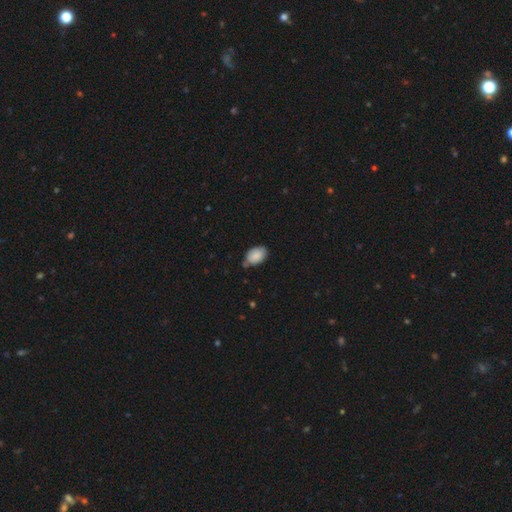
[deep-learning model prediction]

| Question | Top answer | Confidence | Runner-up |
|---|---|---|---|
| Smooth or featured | smooth | 84% | featured or disk (9%) |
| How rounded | in between | 87% | round (12%) |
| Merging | none | 64% | minor disturbance (28%) |